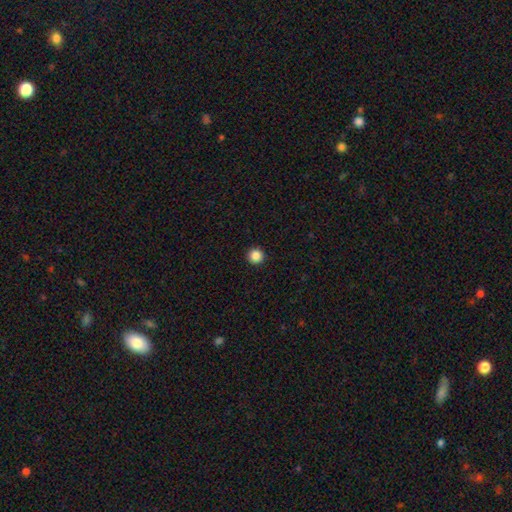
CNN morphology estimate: A smooth galaxy with no disk features (87%) that is round (97%).

Vote fractions:
- Smooth or featured? smooth: 87% / star or artifact: 10% / featured or disk: 3%
- How rounded? round: 97% / in between: 2% / cigar-shaped: 1%
- Merging? none: 94% / minor disturbance: 4% / major disturbance: 1% / merger: 1%